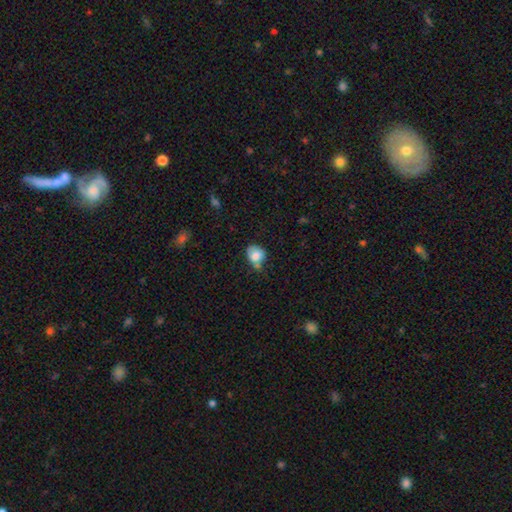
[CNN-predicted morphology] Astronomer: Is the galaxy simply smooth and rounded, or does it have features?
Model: smooth — 80%.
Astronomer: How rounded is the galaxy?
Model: round — 56% (runner-up: in between, 42%).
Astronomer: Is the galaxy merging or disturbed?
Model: none — 46% (runner-up: minor disturbance, 30%).